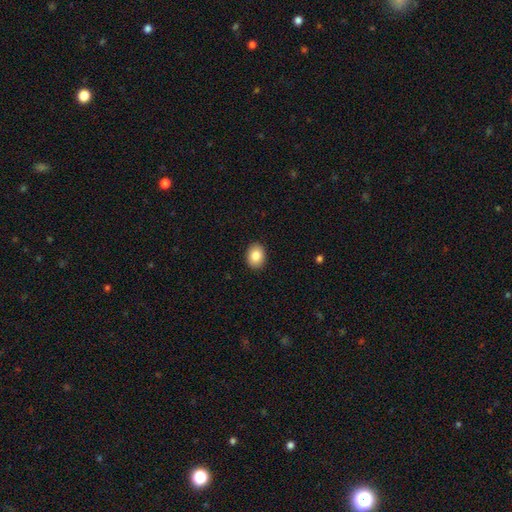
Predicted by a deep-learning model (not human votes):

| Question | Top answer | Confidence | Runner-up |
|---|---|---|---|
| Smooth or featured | smooth | 85% | star or artifact (8%) |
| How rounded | in between | 57% | round (42%) |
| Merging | none | 91% | minor disturbance (7%) |